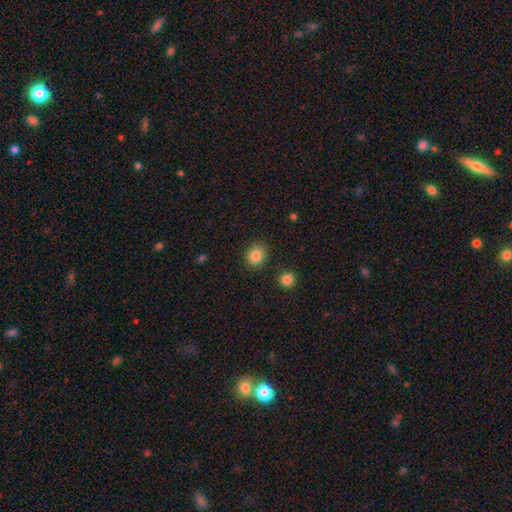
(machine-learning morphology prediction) smooth_or_featured: smooth (p=0.85) [alt: star or artifact p=0.10]
how_rounded: round (p=0.83) [alt: in between p=0.16]
merging: none (p=0.88) [alt: minor disturbance p=0.07]